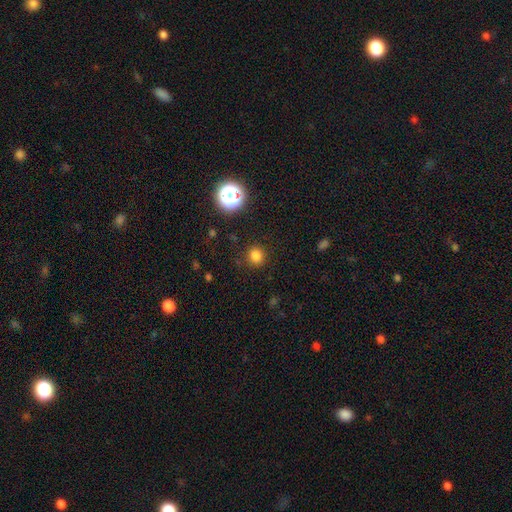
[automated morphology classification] type=smooth (80%); roundness=round (87%); merging=none (88%).